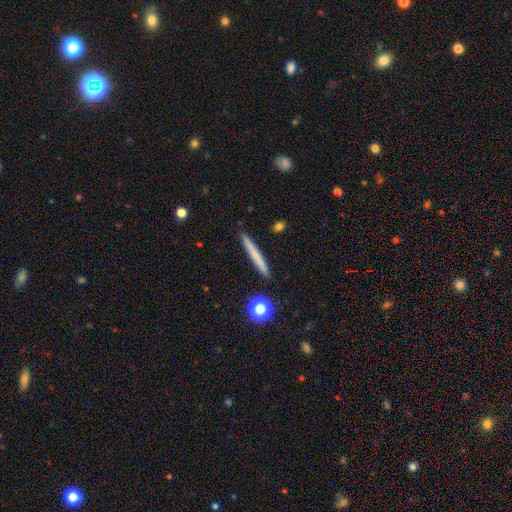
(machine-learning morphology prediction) Smooth or featured: smooth — 64% (featured or disk — 28%)
How rounded: cigar-shaped — 97% (in between — 2%)
Merging: none — 92% (minor disturbance — 6%)